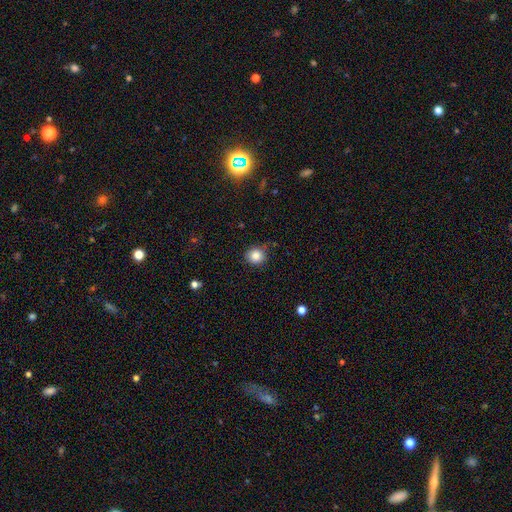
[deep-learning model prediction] The model was most divided on "merging": none: 81%, minor disturbance: 14%, major disturbance: 3%, merger: 2%. More confident: how rounded — round (88%); smooth or featured — smooth (85%).